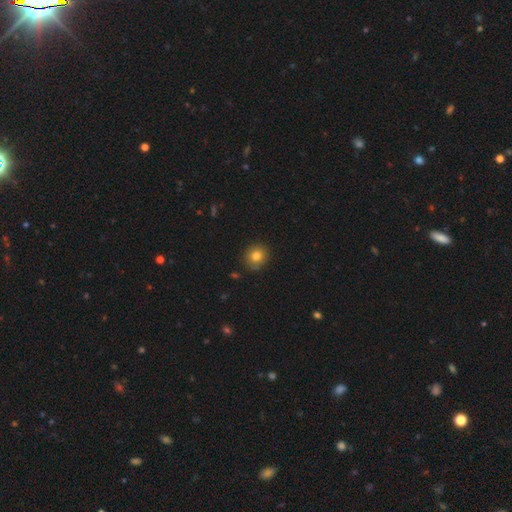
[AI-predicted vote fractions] This appears to be a smooth galaxy with no disk features (81%) that is round (85%). Merging: none (87%).